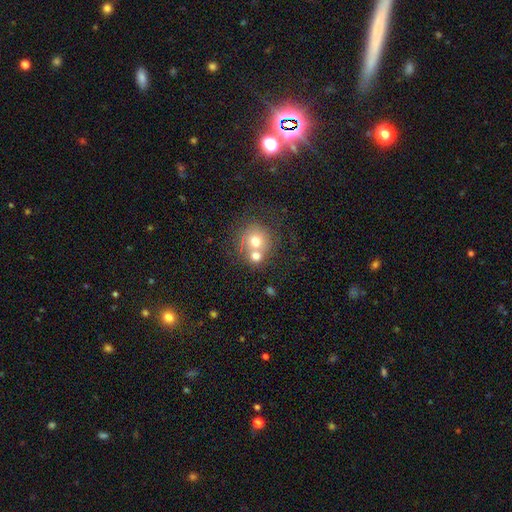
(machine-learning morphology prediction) smooth_or_featured: smooth (p=0.68) [alt: featured or disk p=0.21]
how_rounded: round (p=0.82) [alt: in between p=0.17]
merging: merger (p=0.52) [alt: none p=0.37]